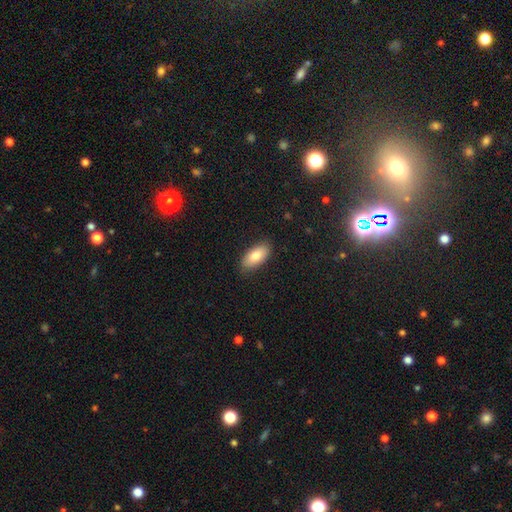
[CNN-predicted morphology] Smooth or featured? Predicted: smooth (p=0.82). How rounded? Predicted: in between (p=0.90). Merging? Predicted: none (p=0.86).